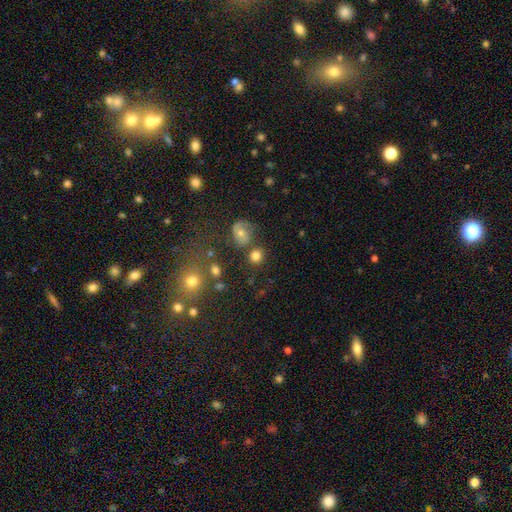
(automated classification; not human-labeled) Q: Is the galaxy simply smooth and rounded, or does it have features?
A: smooth — 79%.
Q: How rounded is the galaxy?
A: round — 80%.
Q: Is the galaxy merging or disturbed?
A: none — 70%.